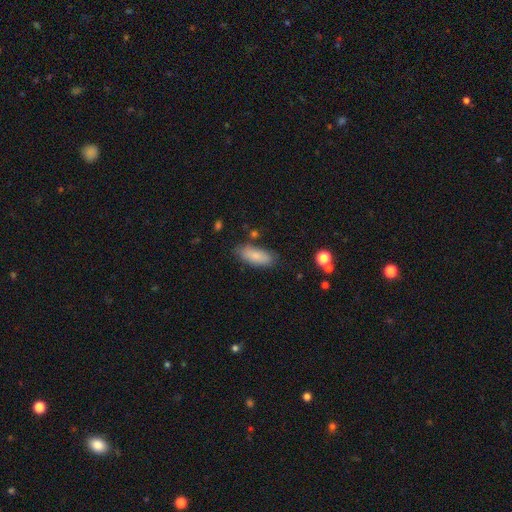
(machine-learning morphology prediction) This is clearly a smooth galaxy (83%). How rounded: likely in between (74%). Merging: likely none (78%).